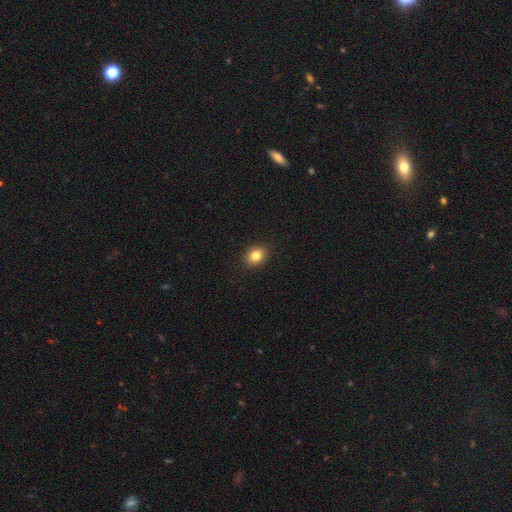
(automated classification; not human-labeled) This appears to be a smooth galaxy with no disk features (82%) that is round (50%). Merging: none (91%).